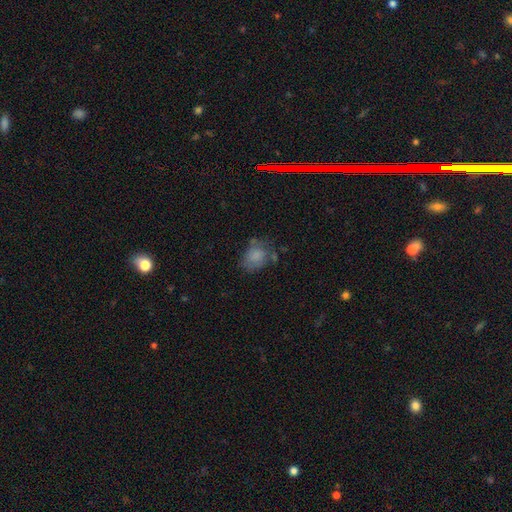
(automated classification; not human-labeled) Smooth or featured? Predicted: smooth (p=0.77). How rounded? Predicted: in between (p=0.63). Merging? Predicted: none (p=0.47).